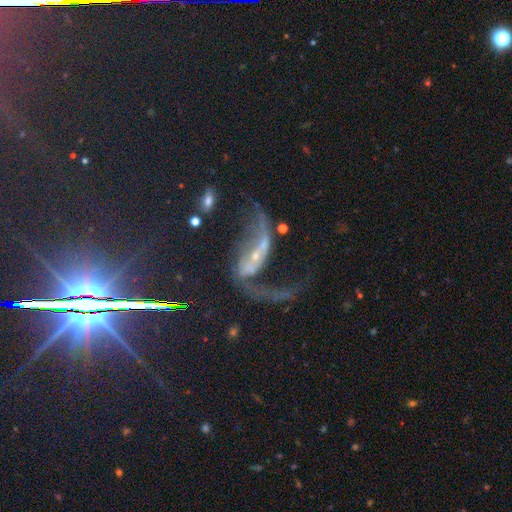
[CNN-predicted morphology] Smooth or featured?
  - featured or disk: 78% *
  - star or artifact: 13%
  - smooth: 9%
Edge-on disk?
  - no: 91% *
  - yes: 9%
Bar?
  - no: 38% *
  - strong: 32%
  - weak: 30%
Spiral arms?
  - yes: 85% *
  - no: 15%
Spiral winding?
  - loose: 85% *
  - medium: 11%
  - tight: 4%
Spiral arm count?
  - 2: 86% *
  - 1: 7%
  - can't tell: 3%
  - 3: 1%
  - 4: 1%
  - more than 4: 1%
Bulge size?
  - small: 67% *
  - moderate: 20%
  - none: 10%
  - large: 2%
  - dominant: 2%
Merging?
  - none: 36% *
  - major disturbance: 31%
  - merger: 19%
  - minor disturbance: 14%